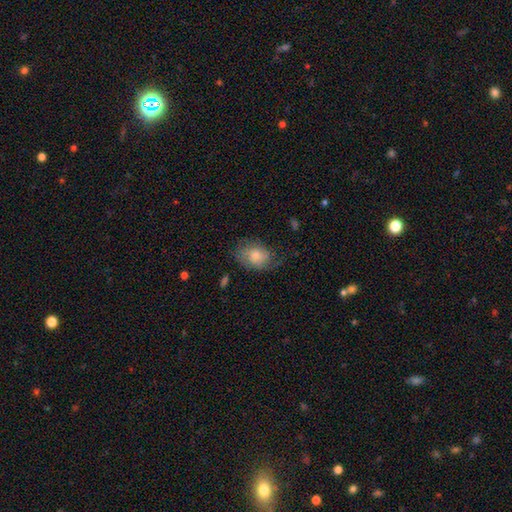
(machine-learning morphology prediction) smooth_or_featured: smooth (p=0.70) [alt: featured or disk p=0.22]
how_rounded: in between (p=0.69) [alt: round p=0.30]
merging: none (p=0.52) [alt: minor disturbance p=0.29]